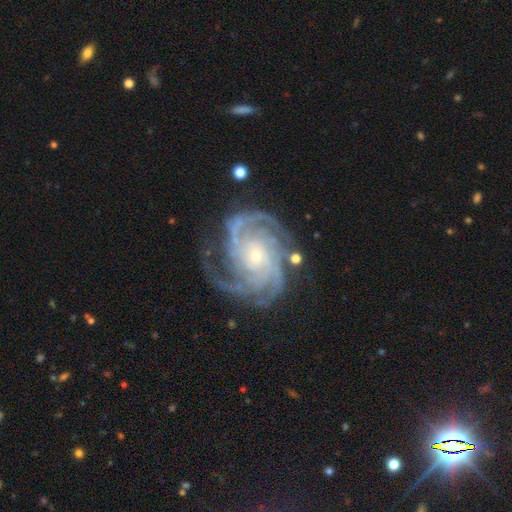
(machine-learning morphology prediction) A featured or disk galaxy (92%) with no bar (72%), 4 (28%) tight (66%) spiral arms (98%) and a small central bulge (80%).

Vote fractions:
- Smooth or featured? featured or disk: 92% / star or artifact: 5% / smooth: 3%
- Edge-on disk? no: 98% / yes: 2%
- Bar? no: 72% / weak: 20% / strong: 8%
- Spiral arms? yes: 98% / no: 2%
- Spiral winding? tight: 66% / medium: 29% / loose: 5%
- Spiral arm count? 4: 28% / 3: 25% / 2: 16% / can't tell: 14% / more than 4: 10% / 1: 7%
- Bulge size? small: 80% / moderate: 16% / large: 2% / none: 2% / dominant: 1%
- Merging? none: 71% / minor disturbance: 17% / major disturbance: 9% / merger: 2%